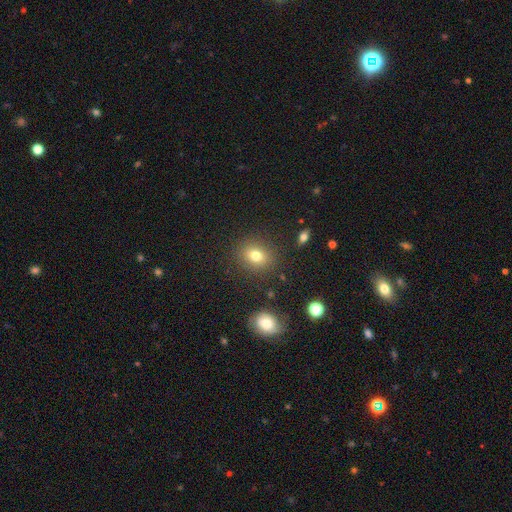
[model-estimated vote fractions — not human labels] Overall: smooth (77%). How rounded: round (58%; in between 41%). Merging: none (86%).